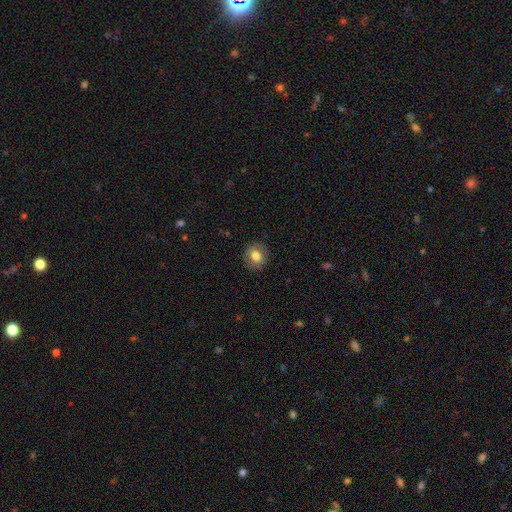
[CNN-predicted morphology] Smooth or featured: smooth — 77% (featured or disk — 14%)
How rounded: round — 80% (in between — 19%)
Merging: none — 87% (minor disturbance — 9%)